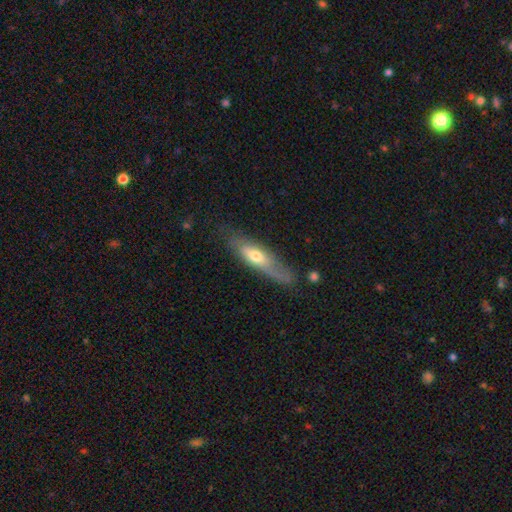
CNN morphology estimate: smooth_or_featured: smooth (p=0.48) [alt: featured or disk p=0.46]
merging: none (p=0.63) [alt: minor disturbance p=0.23]